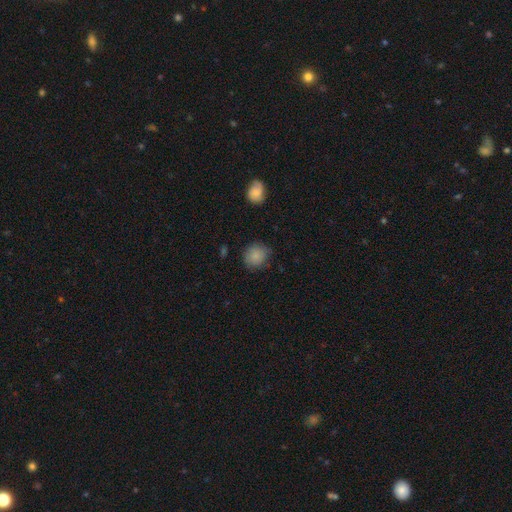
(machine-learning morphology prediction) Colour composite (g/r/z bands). It shows a smooth galaxy with no disk features (86%) that is round (82%). Merging: none (78%).